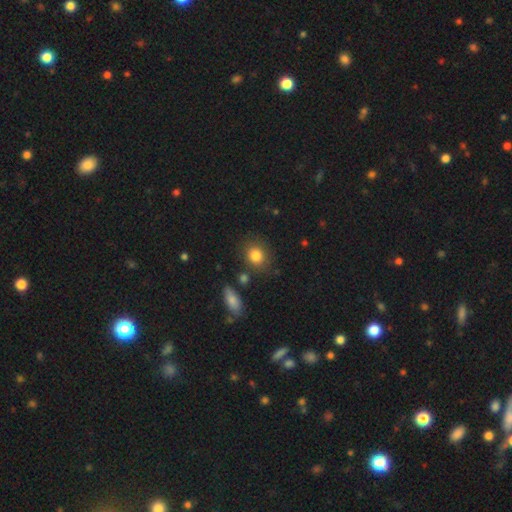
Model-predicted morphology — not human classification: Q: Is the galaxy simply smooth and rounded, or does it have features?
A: smooth — 83%.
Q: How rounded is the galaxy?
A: round — 67%.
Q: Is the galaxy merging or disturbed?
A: none — 78%.